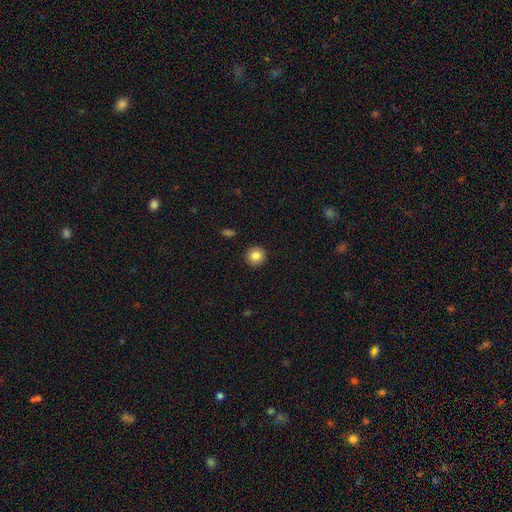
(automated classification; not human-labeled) The model was most divided on "smooth or featured": smooth: 84%, star or artifact: 9%, featured or disk: 7%. More confident: how rounded — round (94%); merging — none (92%).